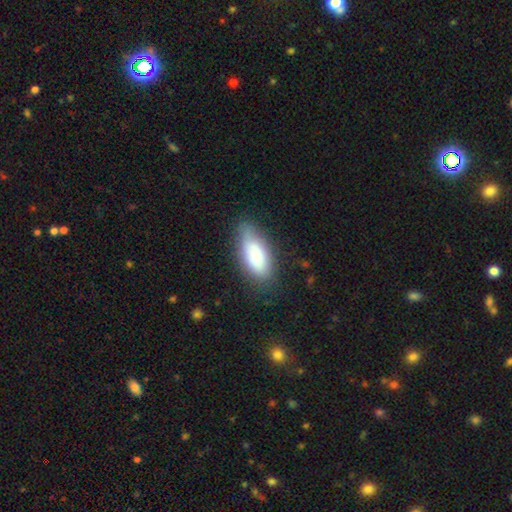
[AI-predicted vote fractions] This is likely a smooth galaxy (78%). How rounded: clearly in between (83%). Merging: likely none (66%).